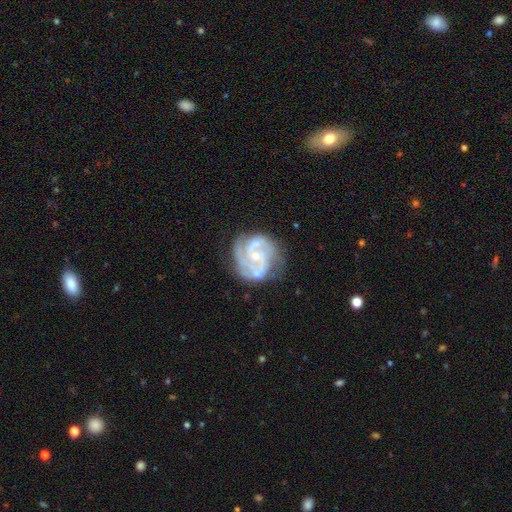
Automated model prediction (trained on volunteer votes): Overall: featured or disk (89%). Edge-on disk: no (98%). Bar: no (63%; weak 30%). Spiral arms: yes (97%). Spiral arm count: 2 (39%; 3 37%). Spiral winding: tight (50%; medium 43%). Bulge size: small (70%). Merging: none (67%).